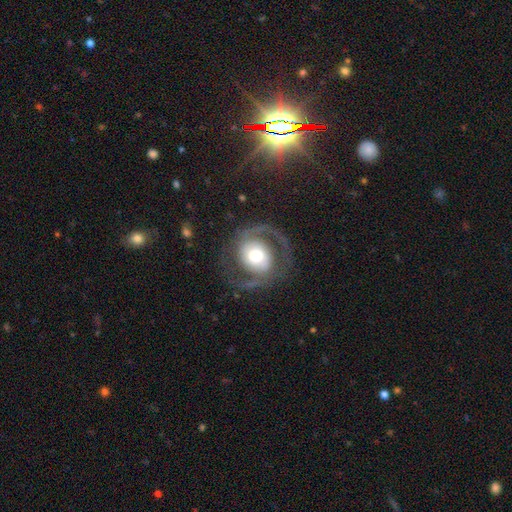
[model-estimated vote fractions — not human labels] featured or disk 76%, smooth 18%, star or artifact 6%. Down the decision tree: edge-on disk — no (97%); bar — no (55%); spiral arms — yes (82%); spiral arm count — 2 (86%); spiral winding — medium (50%); bulge size — moderate (52%); merging — none (72%).